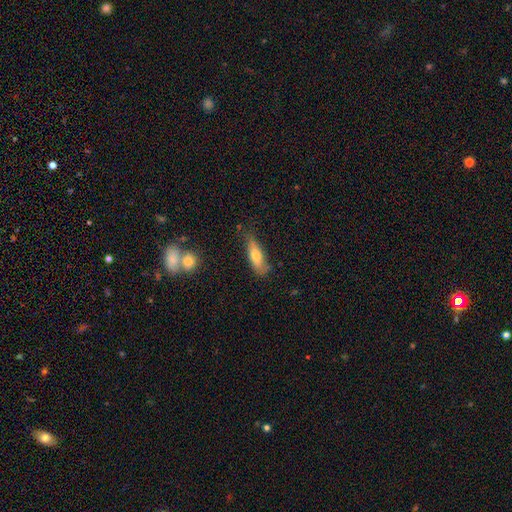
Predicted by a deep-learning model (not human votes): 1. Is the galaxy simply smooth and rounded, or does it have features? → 67% smooth, 27% featured or disk, 7% star or artifact.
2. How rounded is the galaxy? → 52% in between, 45% cigar-shaped, 3% round.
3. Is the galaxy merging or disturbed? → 64% none, 27% minor disturbance, 6% major disturbance, 3% merger.